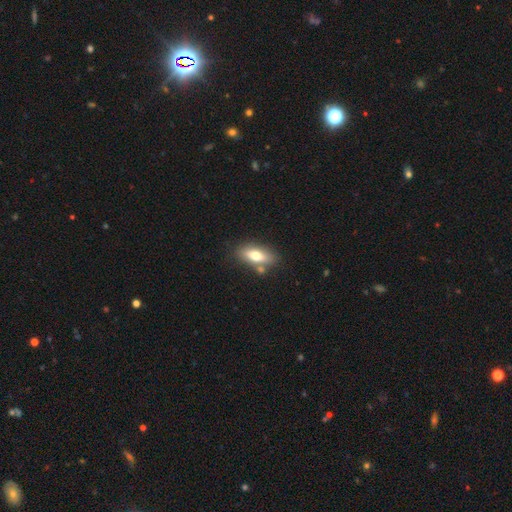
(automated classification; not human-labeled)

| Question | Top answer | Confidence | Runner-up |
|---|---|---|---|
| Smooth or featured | smooth | 68% | featured or disk (25%) |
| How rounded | in between | 78% | cigar-shaped (18%) |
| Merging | none | 72% | minor disturbance (14%) |